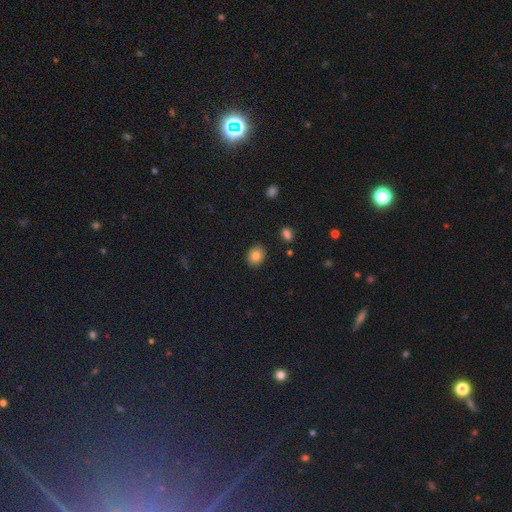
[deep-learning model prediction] This is clearly a smooth galaxy (85%). How rounded: possibly round (54%). Merging: clearly none (89%).